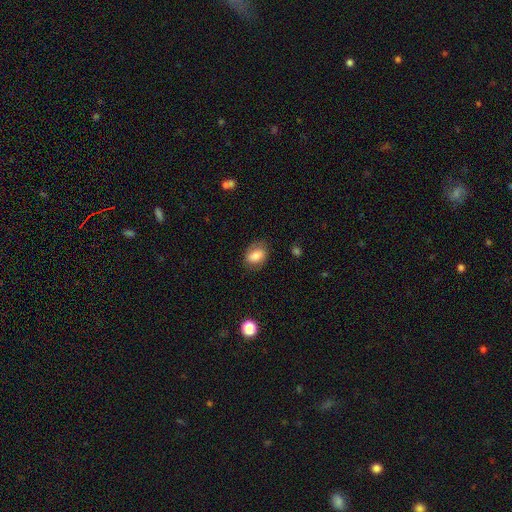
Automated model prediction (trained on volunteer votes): smooth_or_featured: smooth (p=0.75) [alt: featured or disk p=0.17]
how_rounded: in between (p=0.75) [alt: round p=0.23]
merging: none (p=0.74) [alt: minor disturbance p=0.18]